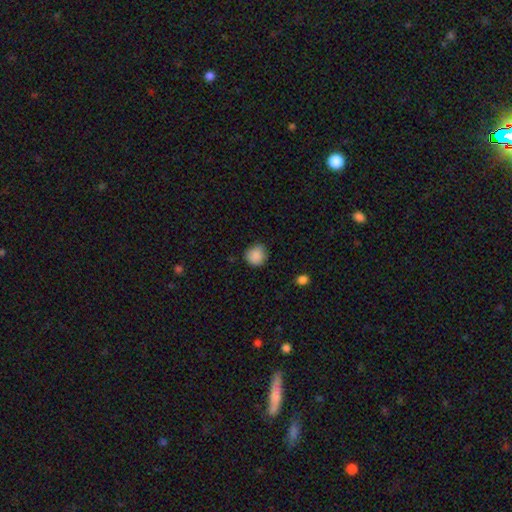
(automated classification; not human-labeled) This is clearly a smooth galaxy (88%). How rounded: clearly round (89%). Merging: clearly none (80%).